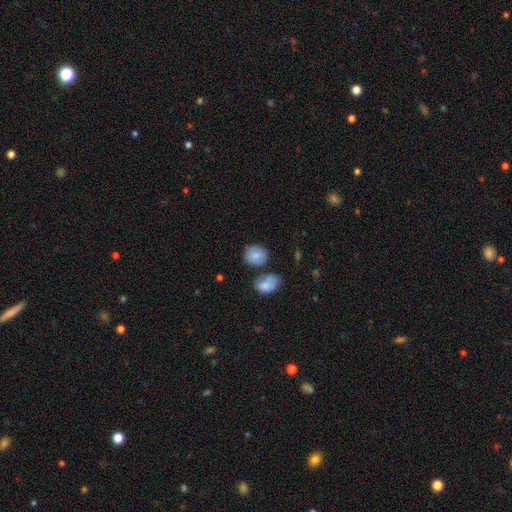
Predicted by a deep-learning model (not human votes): Morphology: type=smooth (82%); roundness=round (69%); merging=none (65%).